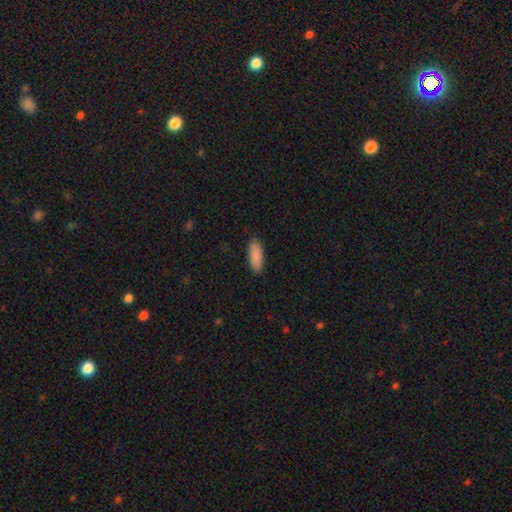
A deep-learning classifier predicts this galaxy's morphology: Smooth or featured? smooth (90%)
How rounded? in between (73%)
Merging? none (89%)